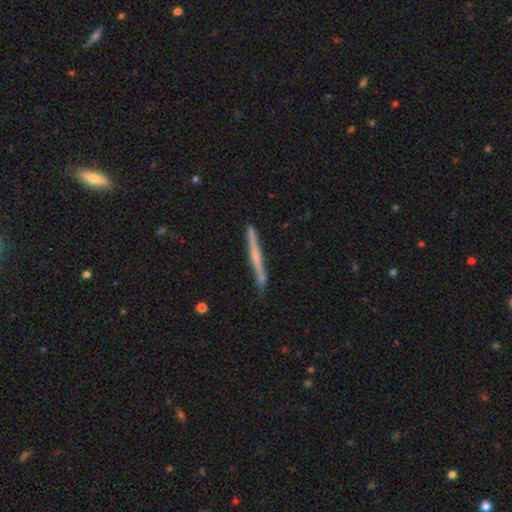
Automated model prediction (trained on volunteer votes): Overall: featured or disk (53%; smooth 42%). Edge-on disk: yes (97%). Edge-on bulge: none (73%). Merging: none (86%).